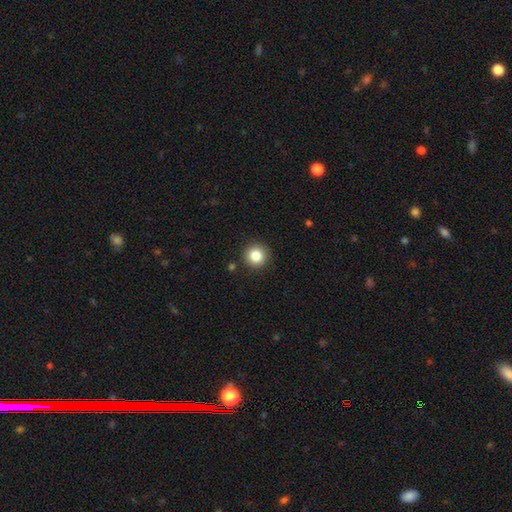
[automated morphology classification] Smooth or featured?
  - smooth: 84% *
  - star or artifact: 10%
  - featured or disk: 6%
How rounded?
  - round: 95% *
  - in between: 4%
  - cigar-shaped: 1%
Merging?
  - none: 91% *
  - minor disturbance: 6%
  - major disturbance: 2%
  - merger: 2%